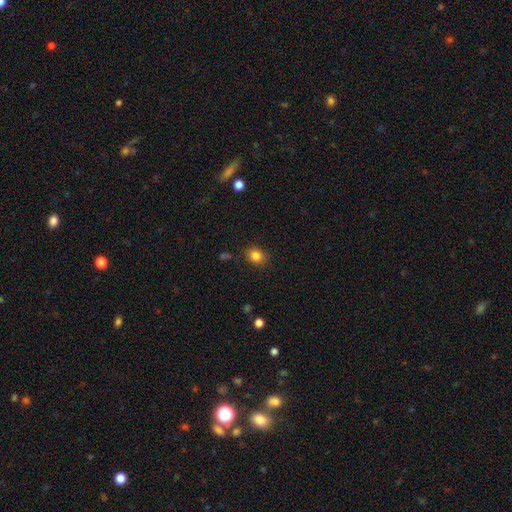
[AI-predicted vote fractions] The model was most divided on "how rounded": round: 59%, in between: 40%, cigar-shaped: 1%. More confident: merging — none (84%); smooth or featured — smooth (84%).